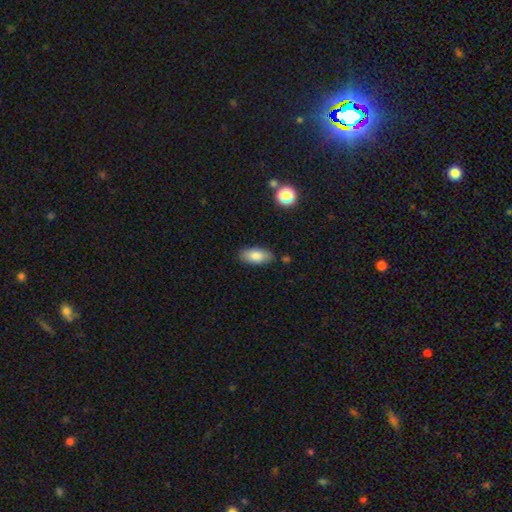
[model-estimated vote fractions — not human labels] Q: Smooth or featured?
A: smooth (84%); runner-up: featured or disk (9%)
Q: How rounded?
A: in between (91%); runner-up: cigar-shaped (6%)
Q: Merging?
A: none (82%); runner-up: minor disturbance (13%)